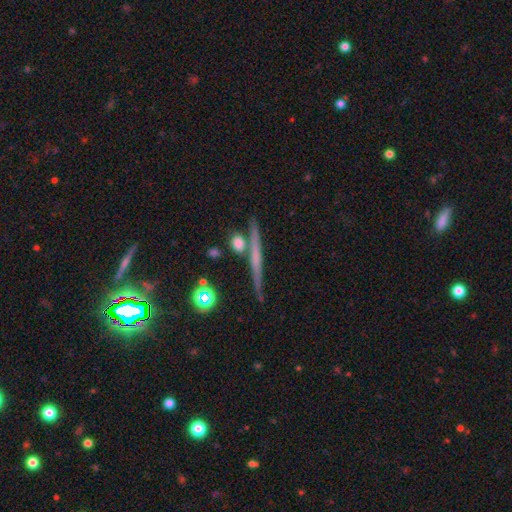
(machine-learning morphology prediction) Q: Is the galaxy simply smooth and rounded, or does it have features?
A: featured or disk — 54%.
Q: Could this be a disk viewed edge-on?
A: yes — 94%.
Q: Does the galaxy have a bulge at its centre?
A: none — 73%.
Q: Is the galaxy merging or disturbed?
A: none — 79%.